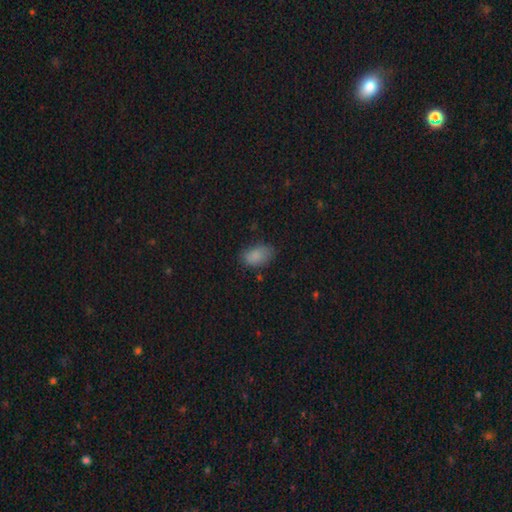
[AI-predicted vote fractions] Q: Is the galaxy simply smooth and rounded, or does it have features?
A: smooth — 85%.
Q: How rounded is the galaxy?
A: in between — 89%.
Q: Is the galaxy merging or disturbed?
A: none — 70%.